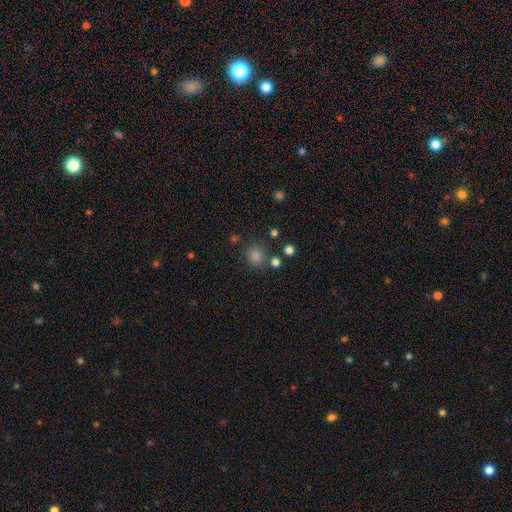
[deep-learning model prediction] This is likely a smooth galaxy (74%). How rounded: clearly round (89%). Merging: clearly none (81%).